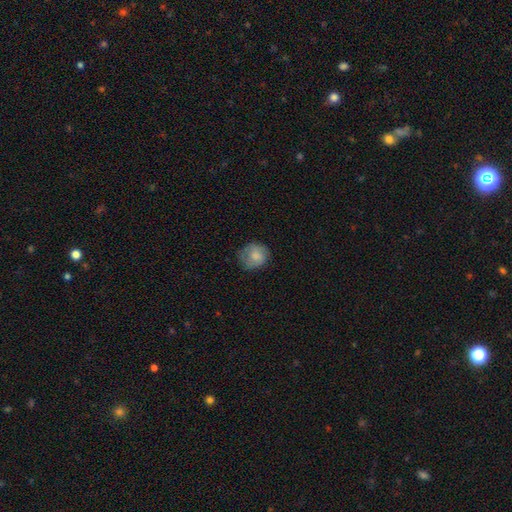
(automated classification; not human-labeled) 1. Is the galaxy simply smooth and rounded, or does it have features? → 78% smooth, 15% featured or disk, 7% star or artifact.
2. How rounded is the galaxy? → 78% round, 21% in between, 1% cigar-shaped.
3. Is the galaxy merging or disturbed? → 63% none, 26% minor disturbance, 9% major disturbance, 1% merger.